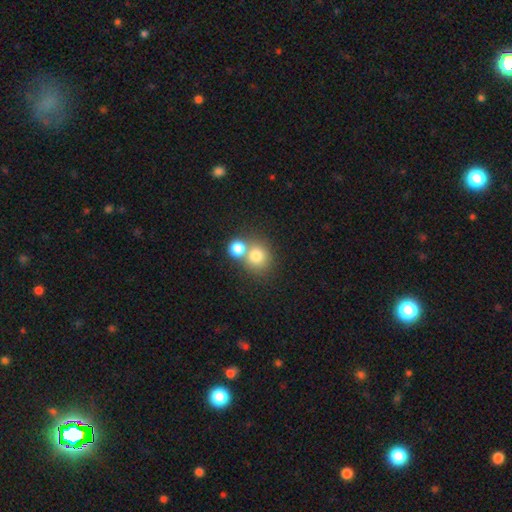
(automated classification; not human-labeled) Morphology: type=smooth (77%); roundness=round (84%); merging=merger (47%).